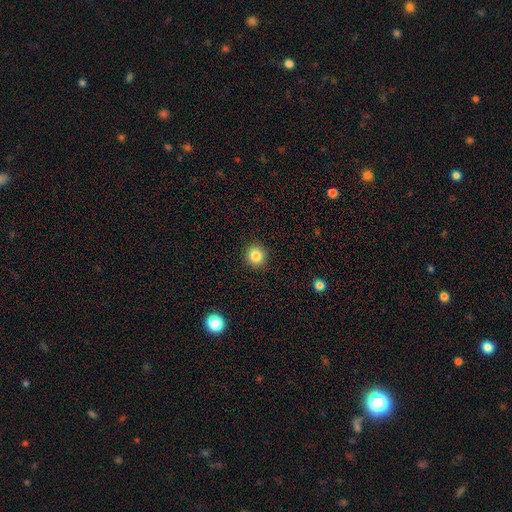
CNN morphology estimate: smooth-or-featured: smooth: 85% | star or artifact: 10% | featured or disk: 5%
  how-rounded: round: 93% | in between: 6% | cigar-shaped: 1%
  merging: none: 91% | minor disturbance: 6% | major disturbance: 2% | merger: 1%